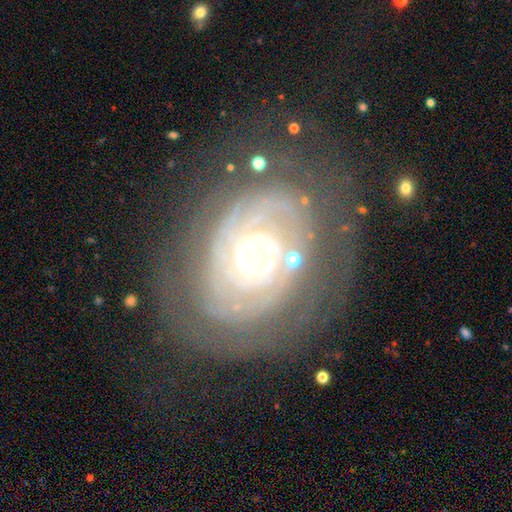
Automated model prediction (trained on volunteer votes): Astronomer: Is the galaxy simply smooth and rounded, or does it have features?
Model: featured or disk — 85%.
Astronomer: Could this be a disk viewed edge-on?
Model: no — 96%.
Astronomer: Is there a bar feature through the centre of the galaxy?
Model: no — 79%.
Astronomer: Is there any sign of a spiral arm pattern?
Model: yes — 94%.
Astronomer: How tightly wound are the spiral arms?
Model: tight — 82%.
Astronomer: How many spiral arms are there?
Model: can't tell — 39% (runner-up: 2, 23%).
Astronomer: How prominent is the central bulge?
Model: small — 49% (runner-up: moderate, 43%).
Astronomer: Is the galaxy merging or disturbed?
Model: none — 69%.